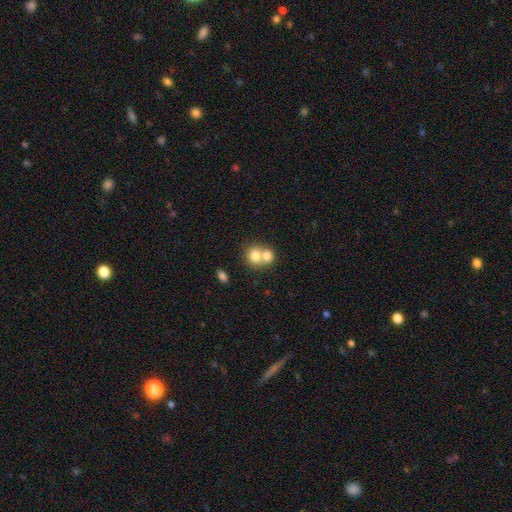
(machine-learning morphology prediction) smooth-or-featured: smooth: 74% | featured or disk: 17% | star or artifact: 9%
  how-rounded: round: 69% | in between: 30% | cigar-shaped: 1%
  merging: merger: 65% | none: 27% | minor disturbance: 5% | major disturbance: 3%